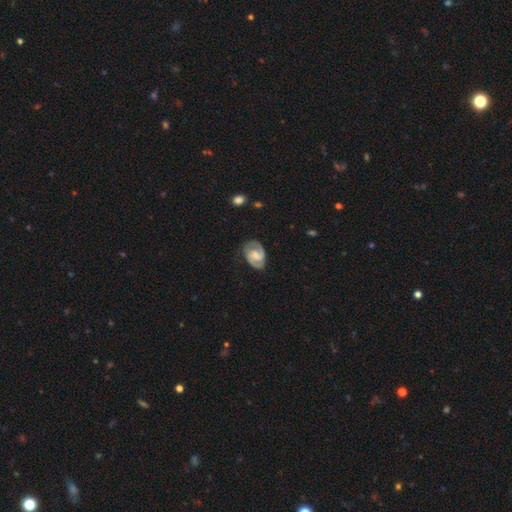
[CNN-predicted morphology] A featured or disk galaxy (85%) with a weak bar (51%), 2 (91%) medium (47%) spiral arms (97%) and a moderate central bulge (42%).

Vote fractions:
- Smooth or featured? featured or disk: 85% / smooth: 10% / star or artifact: 5%
- Edge-on disk? no: 98% / yes: 2%
- Bar? weak: 51% / no: 33% / strong: 15%
- Spiral arms? yes: 97% / no: 3%
- Spiral winding? medium: 47% / tight: 43% / loose: 10%
- Spiral arm count? 2: 91% / can't tell: 3% / 1: 2% / 3: 1% / 4: 1% / more than 4: 1%
- Bulge size? moderate: 42% / small: 30% / none: 18% / large: 8% / dominant: 1%
- Merging? none: 79% / minor disturbance: 16% / major disturbance: 4% / merger: 1%